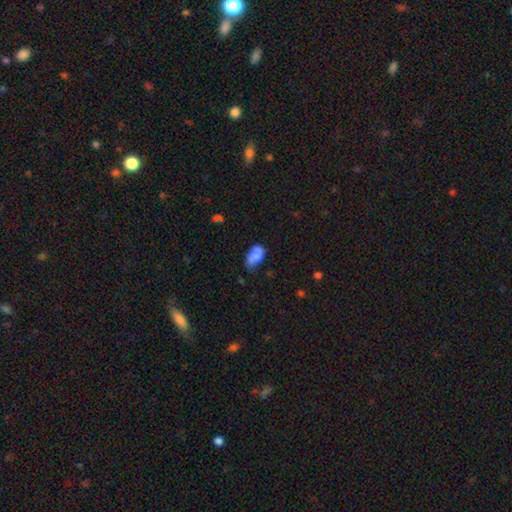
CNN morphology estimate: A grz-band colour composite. It shows a smooth galaxy with no disk features (68%) that is in between round and cigar-shaped (92%). Merging: none (49%).